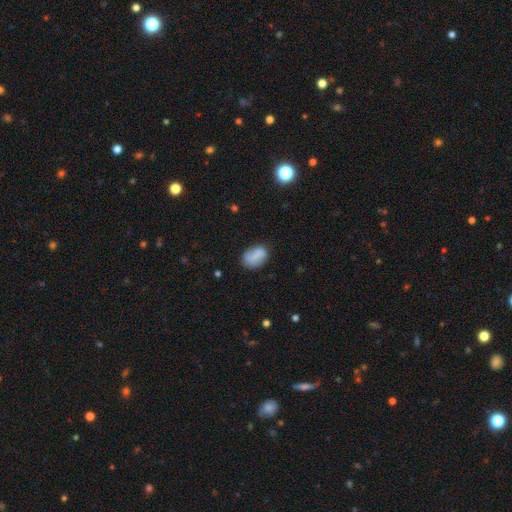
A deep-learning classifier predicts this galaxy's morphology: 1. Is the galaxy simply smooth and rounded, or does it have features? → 75% smooth, 17% featured or disk, 8% star or artifact.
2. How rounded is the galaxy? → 80% in between, 18% round, 2% cigar-shaped.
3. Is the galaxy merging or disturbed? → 67% none, 22% minor disturbance, 7% major disturbance, 4% merger.